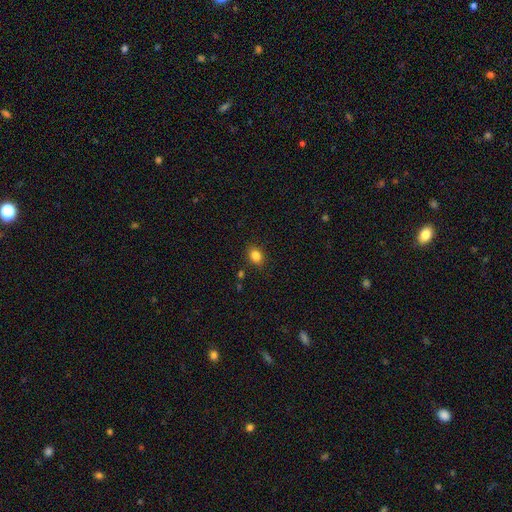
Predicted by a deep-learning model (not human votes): Morphology: type=smooth (84%); roundness=in between (52%); merging=none (86%).